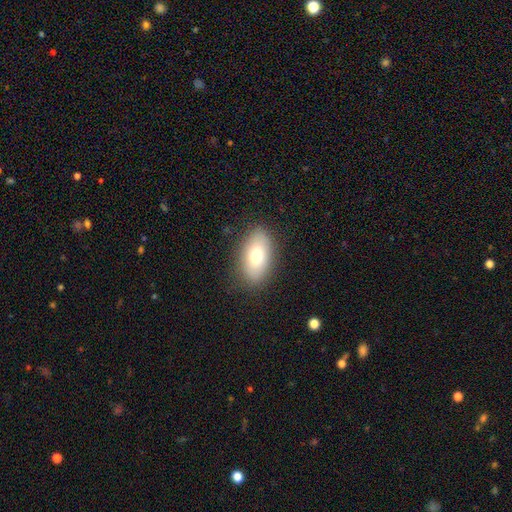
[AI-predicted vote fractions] Morphology: type=smooth (73%); roundness=in between (91%); merging=none (85%).